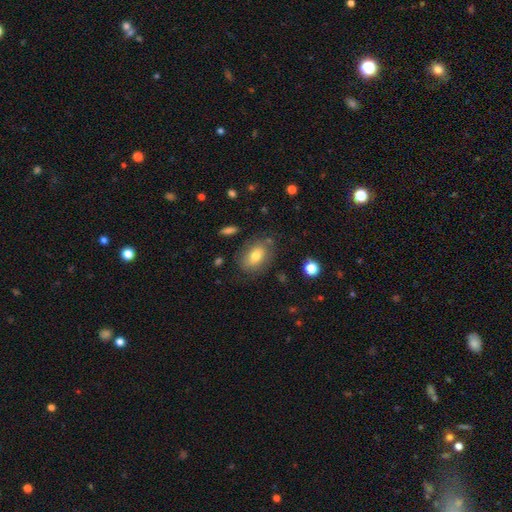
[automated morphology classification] Overall: smooth (68%). How rounded: in between (79%). Merging: none (75%).